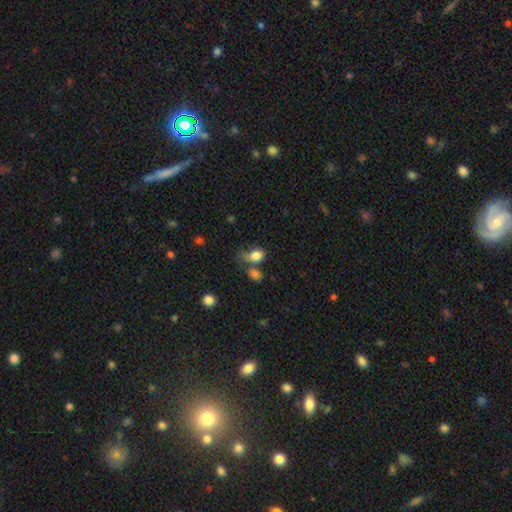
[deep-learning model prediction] Smooth or featured? smooth (81%)
How rounded? in between (76%)
Merging? none (36%)